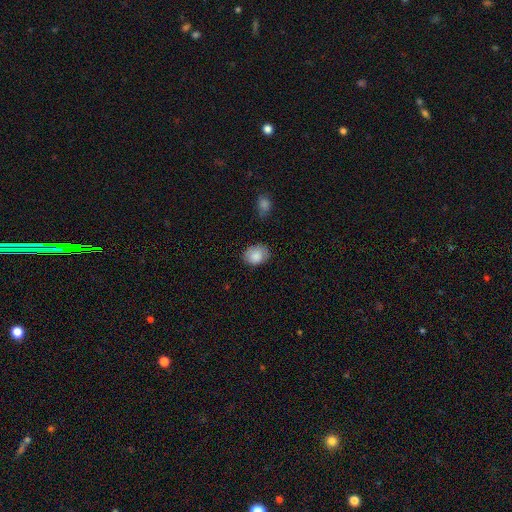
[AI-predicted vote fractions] The model was most divided on "how rounded": in between: 62%, round: 37%, cigar-shaped: 1%. More confident: smooth or featured — smooth (86%); merging — none (74%).